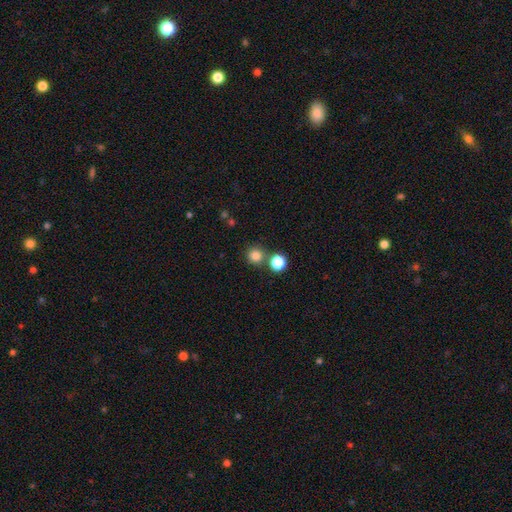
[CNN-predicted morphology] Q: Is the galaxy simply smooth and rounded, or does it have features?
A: smooth — 82%.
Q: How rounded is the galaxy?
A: round — 93%.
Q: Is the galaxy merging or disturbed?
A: none — 74%.